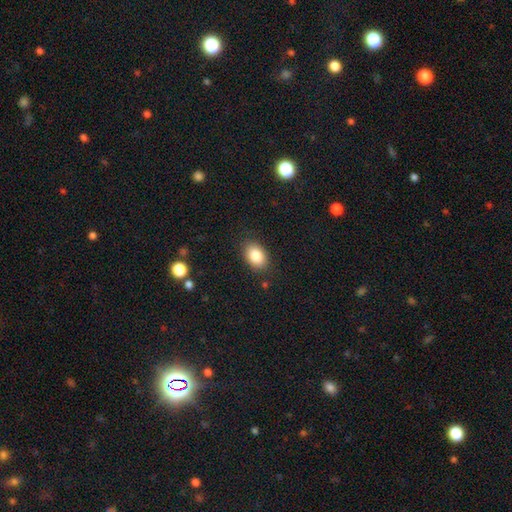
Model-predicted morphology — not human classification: type=smooth (85%); roundness=in between (85%); merging=none (86%).